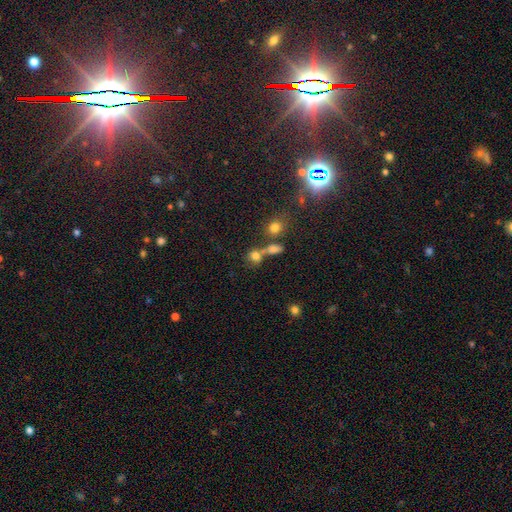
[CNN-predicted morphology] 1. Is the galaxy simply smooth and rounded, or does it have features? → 75% smooth, 15% star or artifact, 10% featured or disk.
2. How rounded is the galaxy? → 70% round, 28% in between, 2% cigar-shaped.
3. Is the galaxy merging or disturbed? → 45% none, 39% merger, 10% minor disturbance, 6% major disturbance.